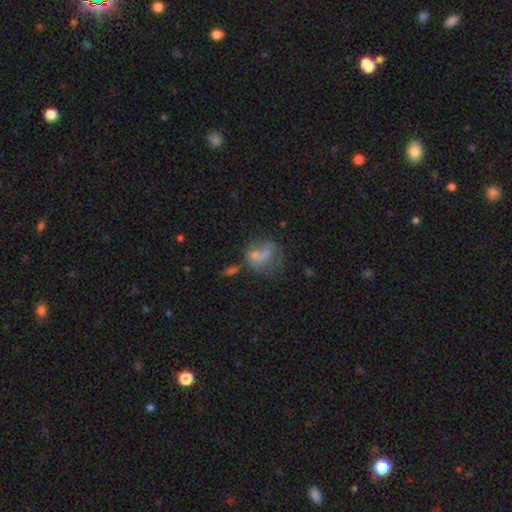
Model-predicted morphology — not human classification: A smooth galaxy with no disk features (50%). Merging: major disturbance (33%).